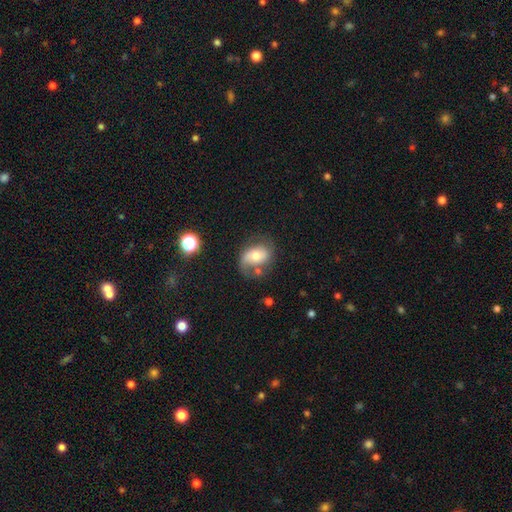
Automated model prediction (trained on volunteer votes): Morphology: type=featured or disk (46%); merging=none (45%).